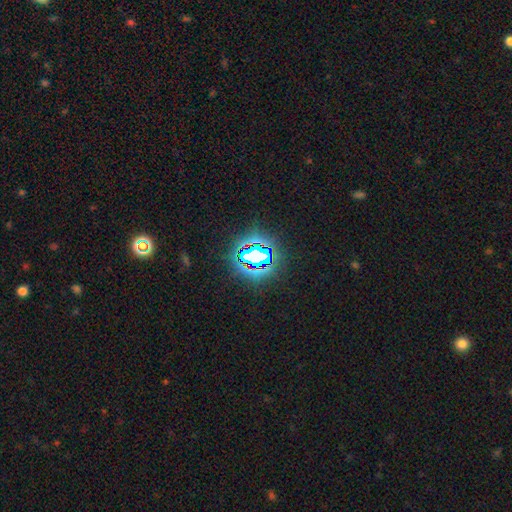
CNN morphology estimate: A star or artifact, not a galaxy (82%).